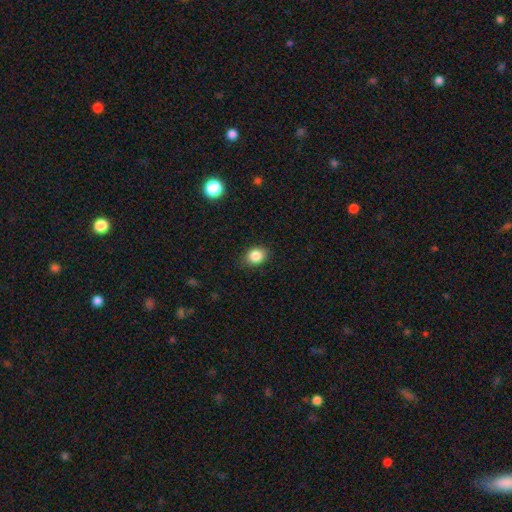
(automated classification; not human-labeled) The model was most divided on "how rounded": in between: 51%, round: 48%, cigar-shaped: 1%. More confident: smooth or featured — smooth (85%); merging — none (83%).